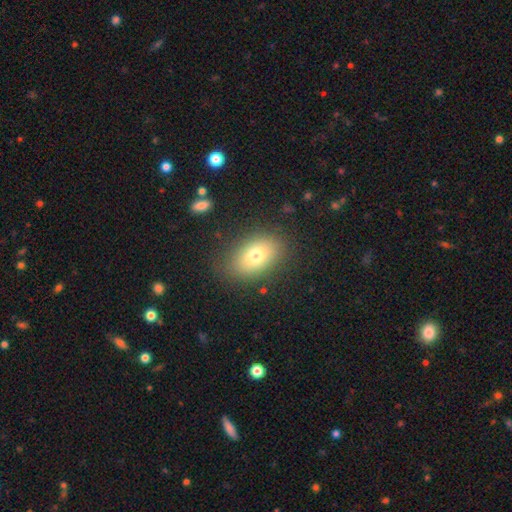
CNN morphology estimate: Smooth or featured: smooth — 72% (featured or disk — 16%)
How rounded: in between — 81% (round — 18%)
Merging: none — 82% (minor disturbance — 12%)